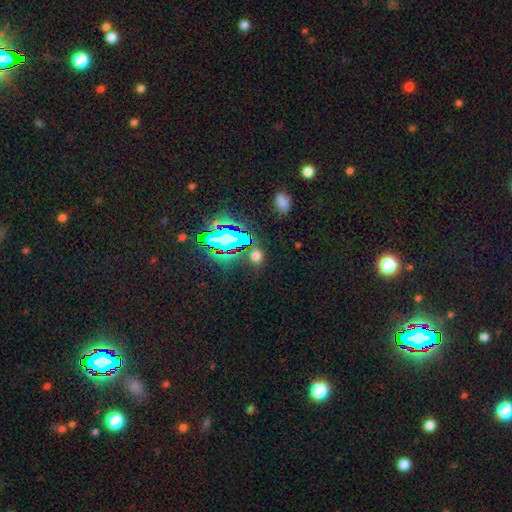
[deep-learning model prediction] Smooth or featured?
  - smooth: 52% *
  - star or artifact: 40%
  - featured or disk: 9%
How rounded?
  - round: 52% *
  - in between: 45%
  - cigar-shaped: 3%
Merging?
  - none: 76% *
  - minor disturbance: 12%
  - merger: 6%
  - major disturbance: 6%